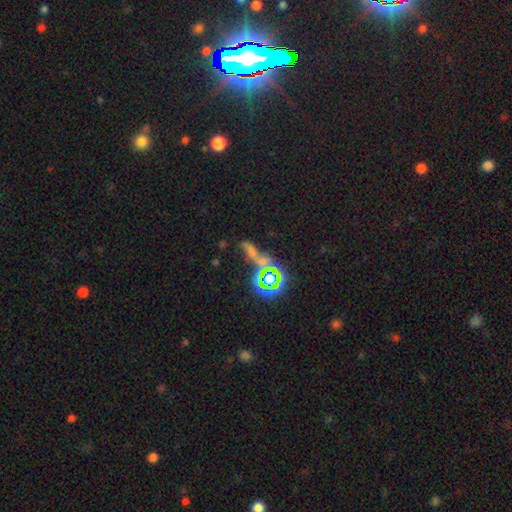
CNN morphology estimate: This is possibly a star or artifact rather than a galaxy (55%).